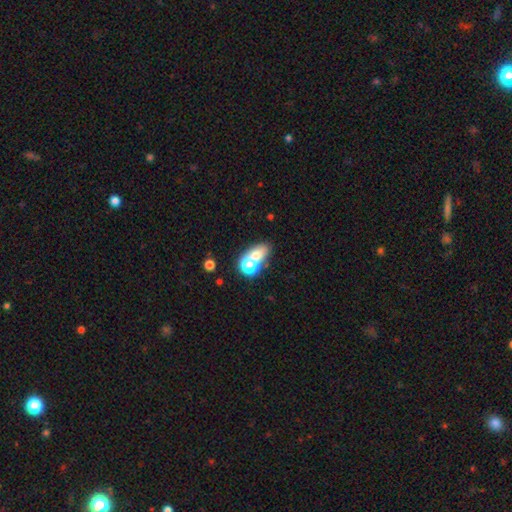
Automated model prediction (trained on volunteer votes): Smooth or featured?
  - smooth: 65% *
  - star or artifact: 19%
  - featured or disk: 16%
How rounded?
  - in between: 62% *
  - round: 35%
  - cigar-shaped: 3%
Merging?
  - merger: 43% *
  - none: 42%
  - minor disturbance: 9%
  - major disturbance: 6%